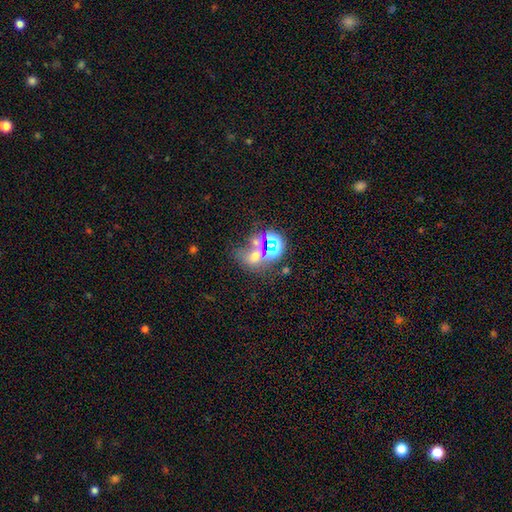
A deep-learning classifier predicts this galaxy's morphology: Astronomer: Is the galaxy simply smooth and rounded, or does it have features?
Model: smooth — 44% (runner-up: star or artifact, 40%).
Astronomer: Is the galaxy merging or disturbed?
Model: none — 40% (runner-up: merger, 38%).